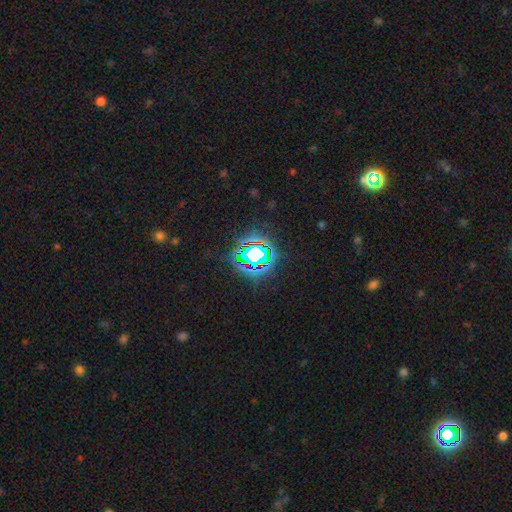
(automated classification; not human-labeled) smooth_or_featured: star or artifact (p=0.72) [alt: smooth p=0.17]